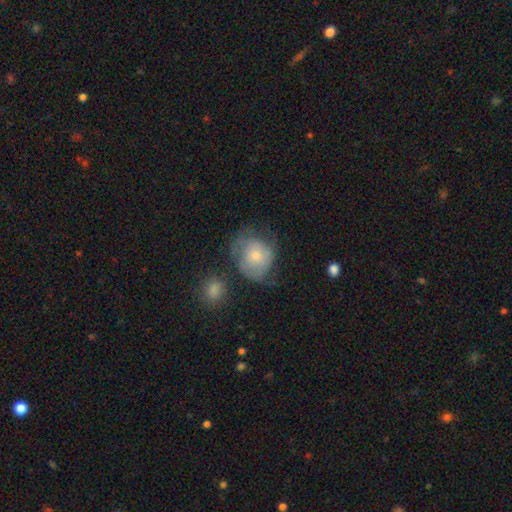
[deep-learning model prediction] A smooth galaxy with no disk features (55%) that is round (72%).

Vote fractions:
- Smooth or featured? smooth: 55% / featured or disk: 38% / star or artifact: 8%
- How rounded? round: 72% / in between: 28% / cigar-shaped: 1%
- Merging? none: 43% / minor disturbance: 30% / major disturbance: 21% / merger: 6%